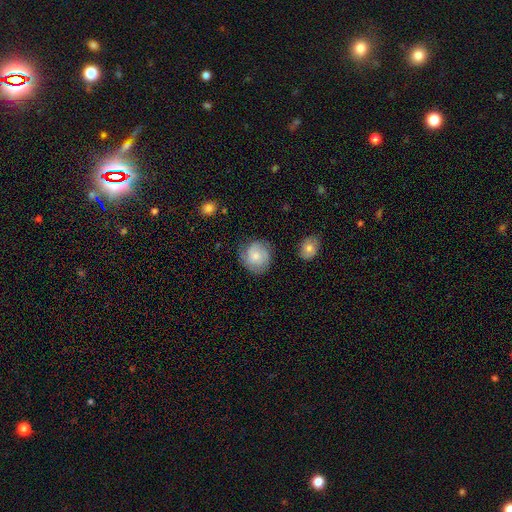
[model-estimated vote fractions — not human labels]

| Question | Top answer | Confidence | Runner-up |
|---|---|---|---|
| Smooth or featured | smooth | 56% | featured or disk (36%) |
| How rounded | round | 83% | in between (16%) |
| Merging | none | 72% | minor disturbance (20%) |